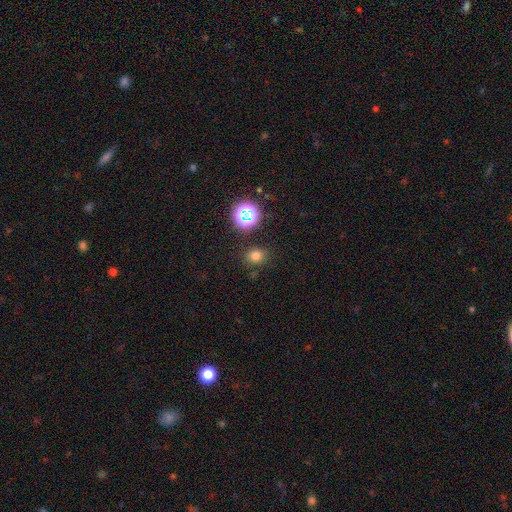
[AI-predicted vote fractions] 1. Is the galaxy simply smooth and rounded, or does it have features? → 72% smooth, 22% star or artifact, 6% featured or disk.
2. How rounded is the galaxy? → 74% round, 25% in between, 1% cigar-shaped.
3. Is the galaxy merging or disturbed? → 84% none, 9% minor disturbance, 3% merger, 3% major disturbance.